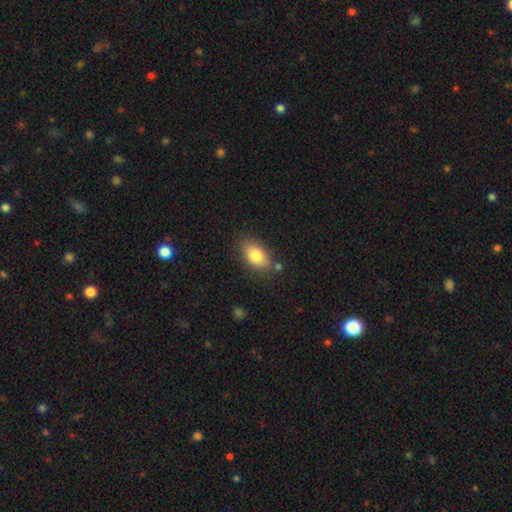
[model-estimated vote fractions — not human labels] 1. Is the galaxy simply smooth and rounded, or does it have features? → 83% smooth, 10% featured or disk, 7% star or artifact.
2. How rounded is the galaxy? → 90% in between, 8% round, 2% cigar-shaped.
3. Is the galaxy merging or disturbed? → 77% none, 15% minor disturbance, 5% merger, 4% major disturbance.